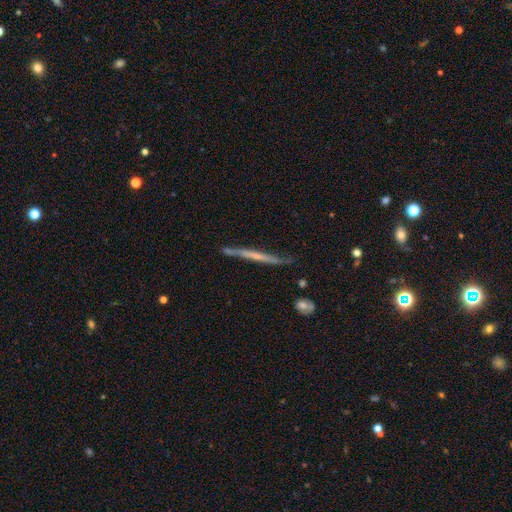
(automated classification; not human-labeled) featured or disk 63%, smooth 30%, star or artifact 6%. Down the decision tree: edge-on disk — yes (95%); edge-on bulge — none (72%); merging — none (77%).